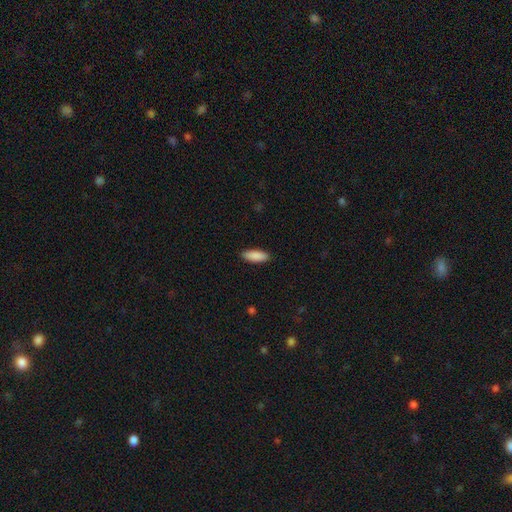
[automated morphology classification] Smooth or featured? smooth (90%)
How rounded? in between (66%)
Merging? none (89%)